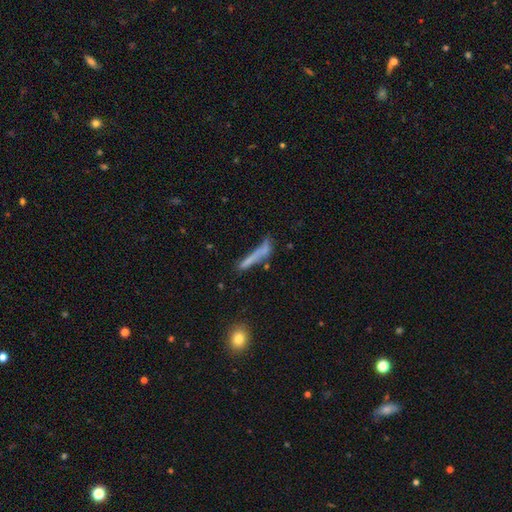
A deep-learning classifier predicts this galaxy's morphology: A smooth galaxy with no disk features (55%) that is cigar-shaped (92%). Merging: none (55%).